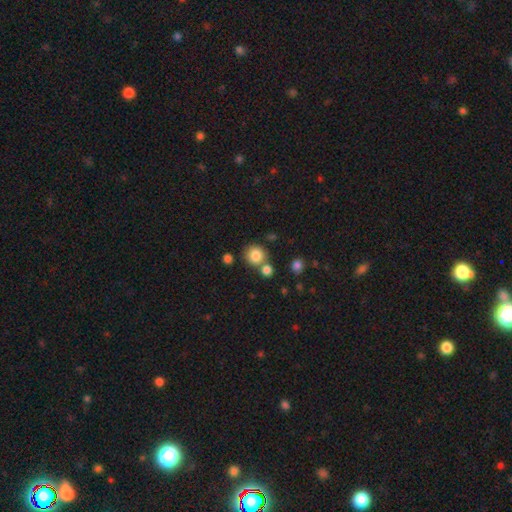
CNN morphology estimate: Q: Smooth or featured?
A: smooth (83%); runner-up: star or artifact (10%)
Q: How rounded?
A: round (86%); runner-up: in between (13%)
Q: Merging?
A: none (66%); runner-up: merger (21%)